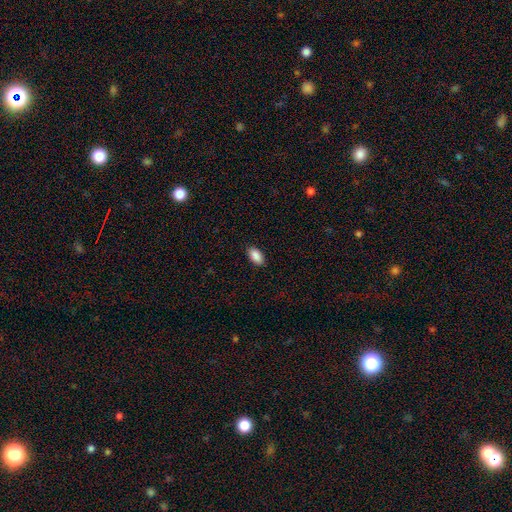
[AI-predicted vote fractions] Morphology: type=smooth (90%); roundness=in between (94%); merging=none (89%).